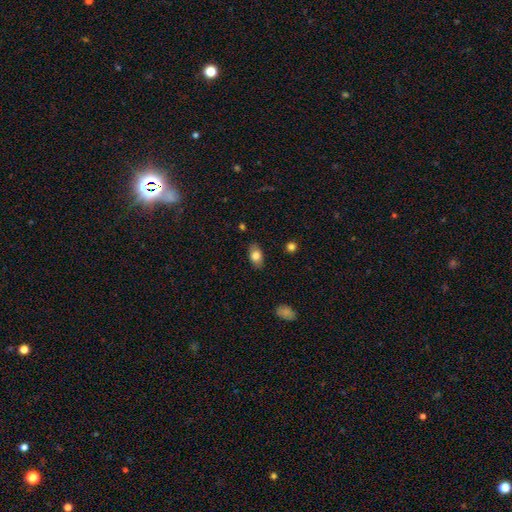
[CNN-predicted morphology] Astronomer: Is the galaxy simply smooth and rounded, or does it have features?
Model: smooth — 79%.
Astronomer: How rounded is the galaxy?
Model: in between — 89%.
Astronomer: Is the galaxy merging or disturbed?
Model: none — 85%.